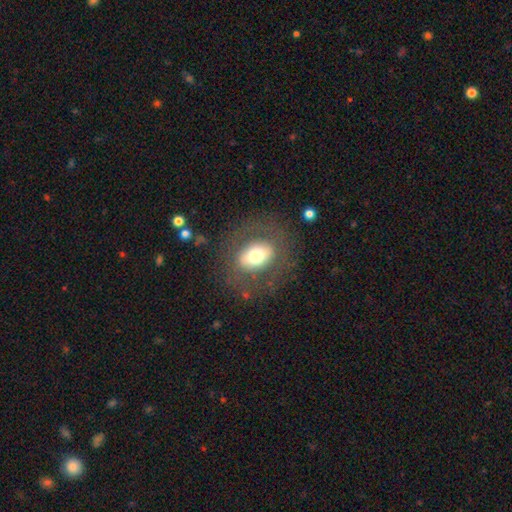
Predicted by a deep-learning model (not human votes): Smooth or featured? Predicted: smooth (p=0.56). How rounded? Predicted: in between (p=0.58). Merging? Predicted: none (p=0.76).